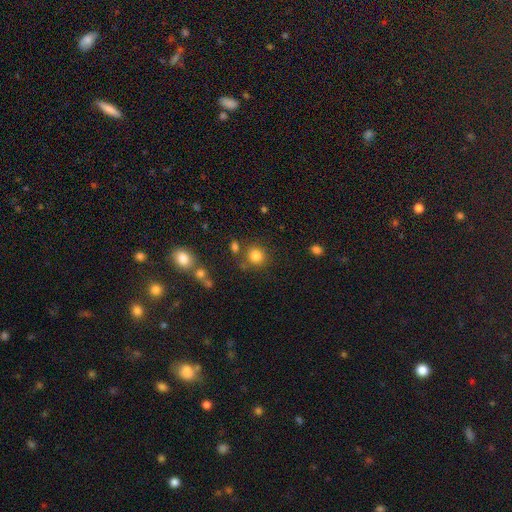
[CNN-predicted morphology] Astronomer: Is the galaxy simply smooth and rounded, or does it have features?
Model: smooth — 81%.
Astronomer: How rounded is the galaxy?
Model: round — 89%.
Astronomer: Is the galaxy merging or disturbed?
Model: none — 77%.